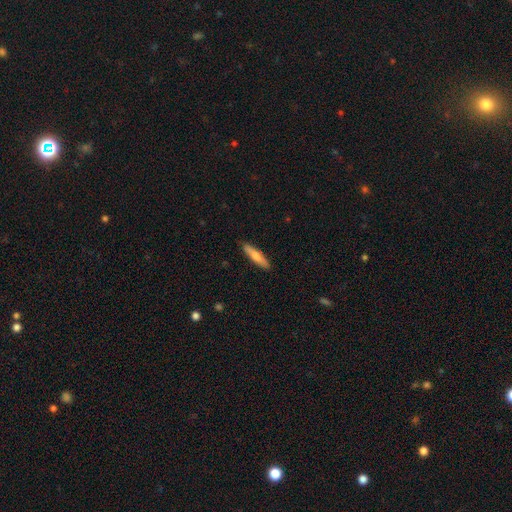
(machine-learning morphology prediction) smooth-or-featured: smooth: 72% | featured or disk: 23% | star or artifact: 5%
  how-rounded: cigar-shaped: 82% | in between: 17% | round: 1%
  merging: none: 89% | minor disturbance: 8% | major disturbance: 2% | merger: 1%